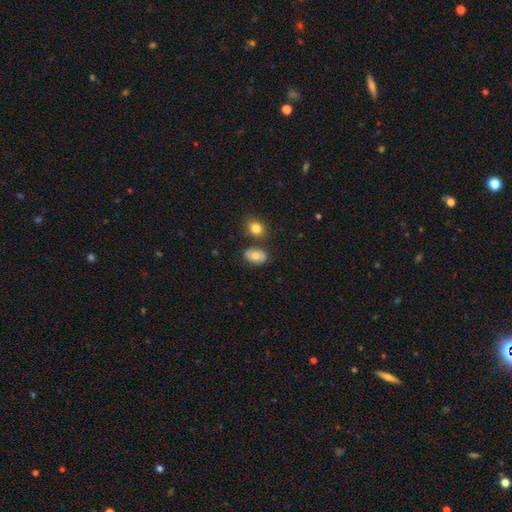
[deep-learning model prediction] A smooth galaxy with no disk features (73%) that is in between round and cigar-shaped (84%). Merging: none (72%).